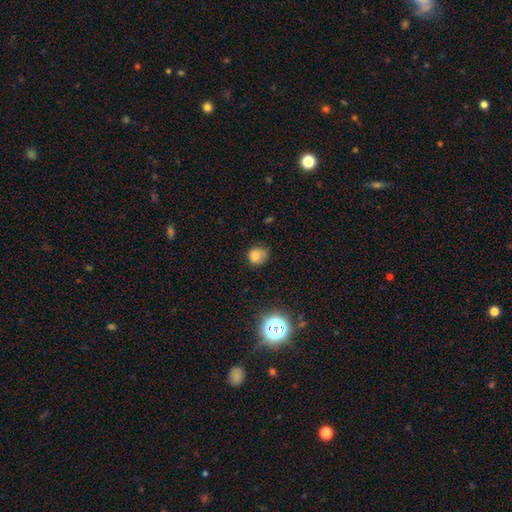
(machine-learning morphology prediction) This is likely a smooth galaxy (78%). How rounded: likely round (78%). Merging: likely none (62%).